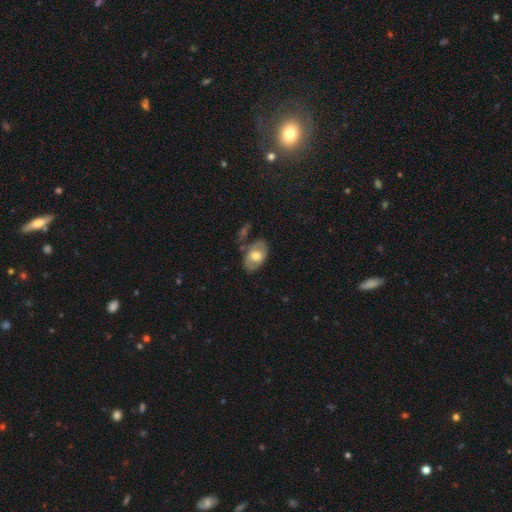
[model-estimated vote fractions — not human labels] smooth 56%, featured or disk 37%, star or artifact 6%. Down the decision tree: how rounded — in between (87%); merging — none (59%).